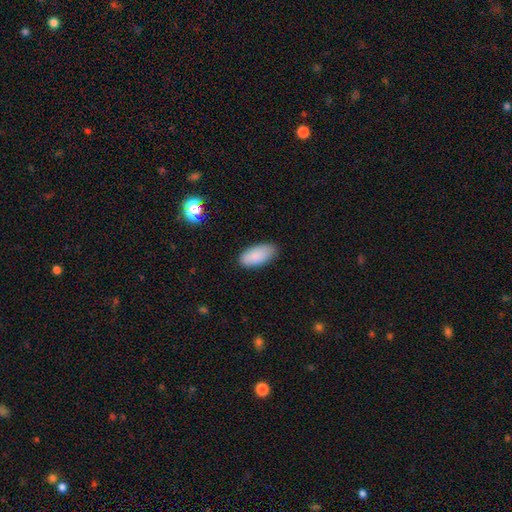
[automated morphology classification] smooth_or_featured: smooth (p=0.87) [alt: star or artifact p=0.07]
how_rounded: in between (p=0.92) [alt: cigar-shaped p=0.06]
merging: none (p=0.84) [alt: minor disturbance p=0.12]